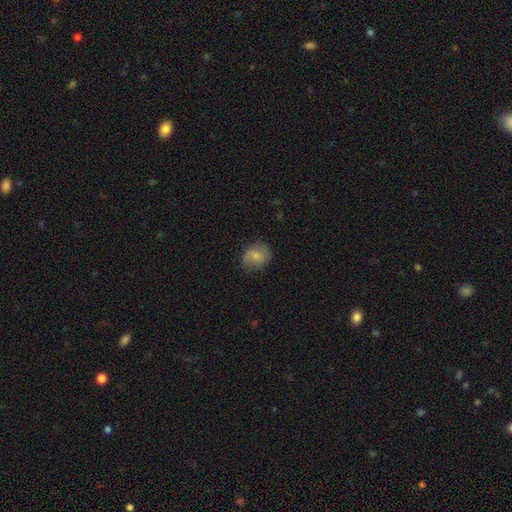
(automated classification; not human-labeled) A smooth galaxy with no disk features (74%) that is in between round and cigar-shaped (50%).

Vote fractions:
- Smooth or featured? smooth: 74% / featured or disk: 18% / star or artifact: 8%
- How rounded? in between: 50% / round: 49% / cigar-shaped: 1%
- Merging? none: 74% / minor disturbance: 20% / major disturbance: 5% / merger: 1%